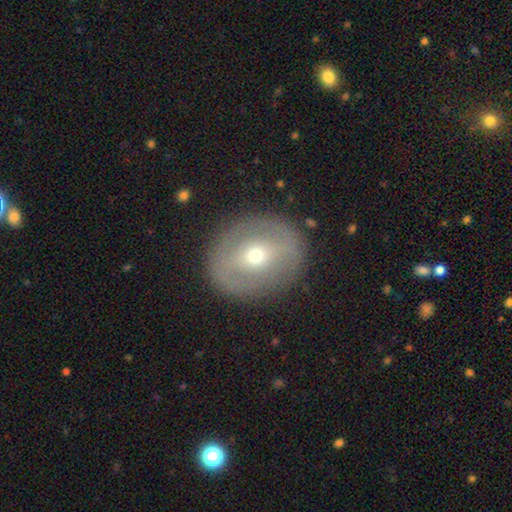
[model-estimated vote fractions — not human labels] Q: Smooth or featured?
A: featured or disk (53%); runner-up: smooth (39%)
Q: Edge-on disk?
A: no (93%); runner-up: yes (7%)
Q: Merging?
A: none (84%); runner-up: minor disturbance (10%)